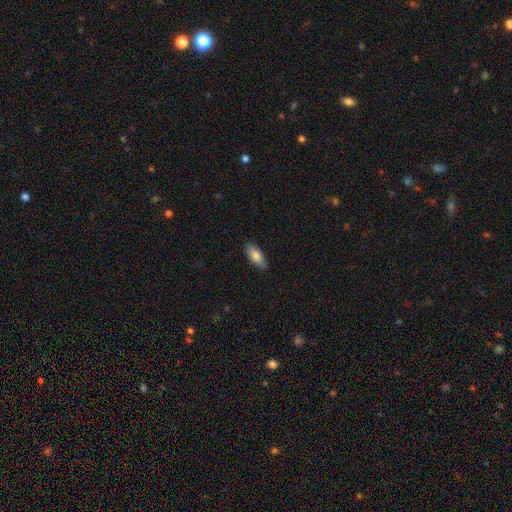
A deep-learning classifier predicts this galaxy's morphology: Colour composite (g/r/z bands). It shows a smooth galaxy with no disk features (81%) that is in between round and cigar-shaped (81%). Merging: none (87%).